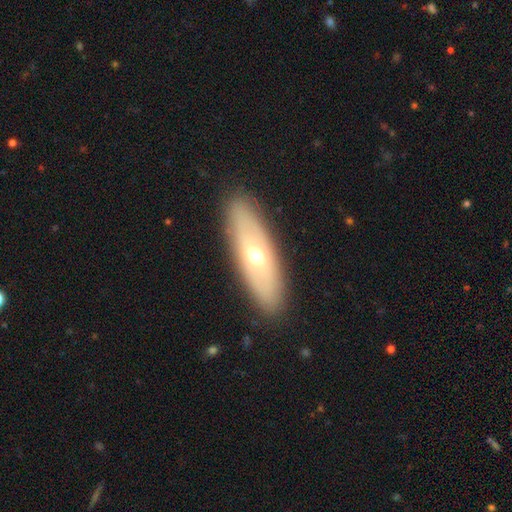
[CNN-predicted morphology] A smooth galaxy with no disk features (47%).

Vote fractions:
- Smooth or featured? smooth: 47% / featured or disk: 46% / star or artifact: 7%
- Merging? none: 90% / minor disturbance: 7% / major disturbance: 2% / merger: 1%